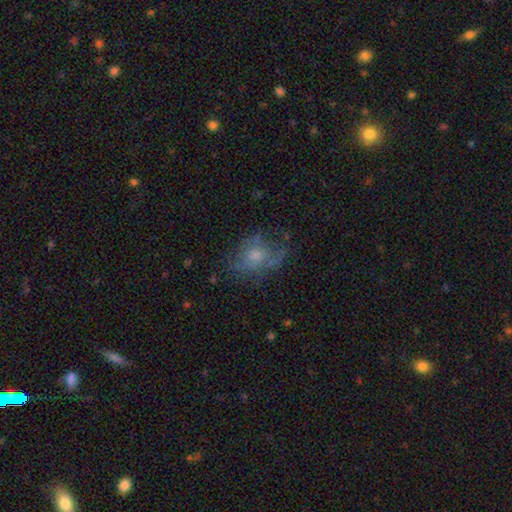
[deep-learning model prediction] This is marginally a smooth galaxy (43%). Merging: possibly none (52%).